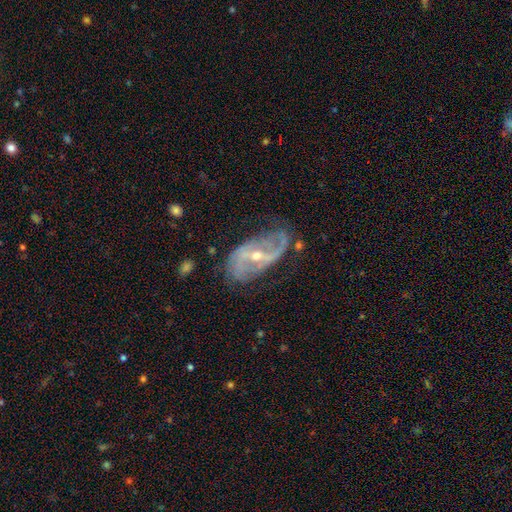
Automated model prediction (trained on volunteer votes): Smooth or featured? Predicted: featured or disk (p=0.86). Edge-on disk? Predicted: no (p=0.94). Bar? Predicted: weak (p=0.39). Spiral arms? Predicted: yes (p=0.92). Spiral winding? Predicted: medium (p=0.41). Spiral arm count? Predicted: 2 (p=0.66). Bulge size? Predicted: small (p=0.54). Merging? Predicted: none (p=0.61).